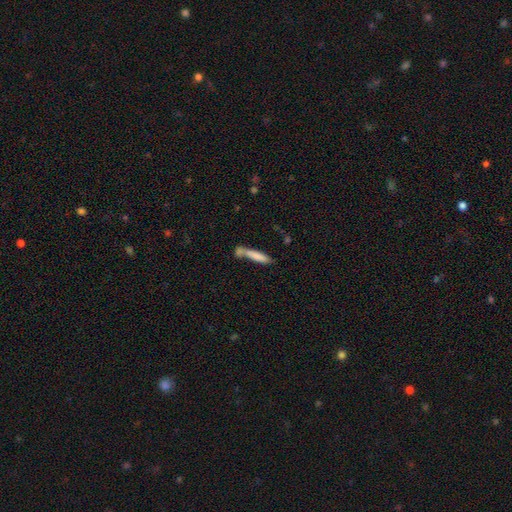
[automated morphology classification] Smooth or featured? Predicted: smooth (p=0.76). How rounded? Predicted: cigar-shaped (p=0.83). Merging? Predicted: none (p=0.44).